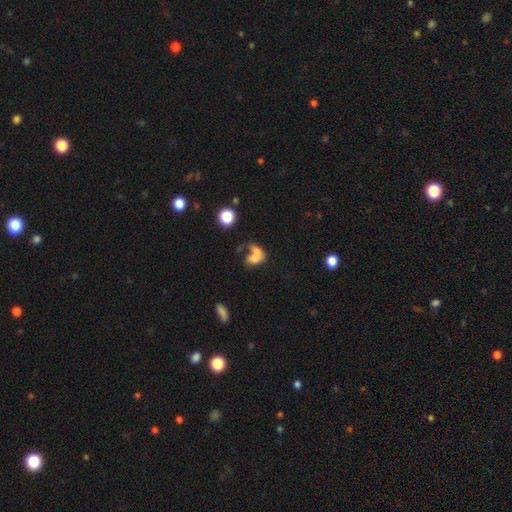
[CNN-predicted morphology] The model was most divided on "smooth or featured": smooth: 61%, featured or disk: 26%, star or artifact: 13%. More confident: how rounded — in between (71%); merging — merger (57%).